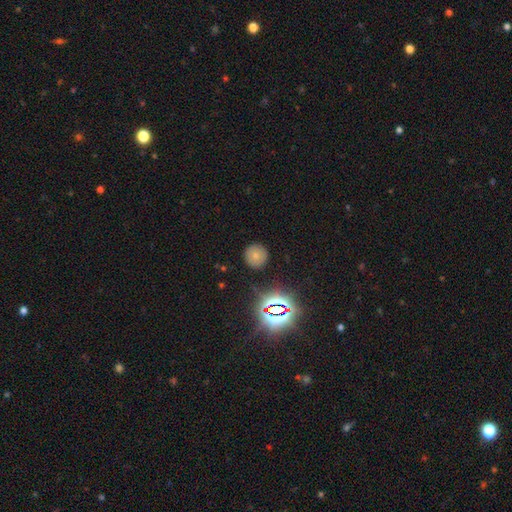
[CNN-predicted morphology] smooth-or-featured: smooth: 68% | star or artifact: 21% | featured or disk: 11%
  how-rounded: round: 94% | in between: 5% | cigar-shaped: 1%
  merging: none: 88% | minor disturbance: 8% | major disturbance: 3% | merger: 1%